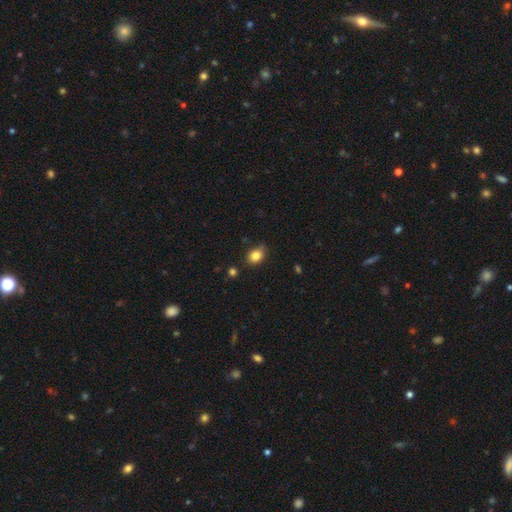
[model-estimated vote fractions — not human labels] smooth-or-featured: smooth: 85% | star or artifact: 10% | featured or disk: 6%
  how-rounded: in between: 64% | round: 35% | cigar-shaped: 1%
  merging: none: 78% | minor disturbance: 17% | major disturbance: 3% | merger: 2%